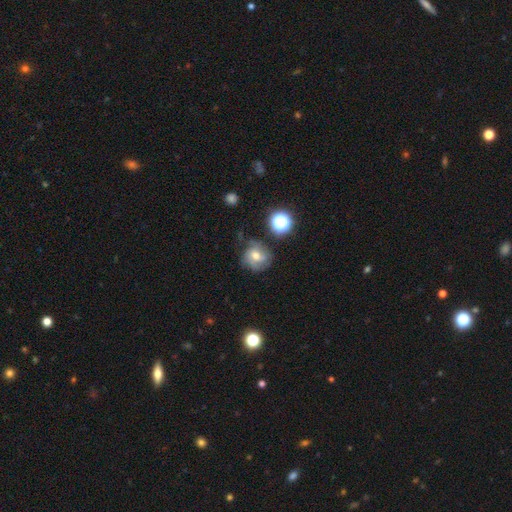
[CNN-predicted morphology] A smooth galaxy with no disk features (44%). Merging: none (62%).